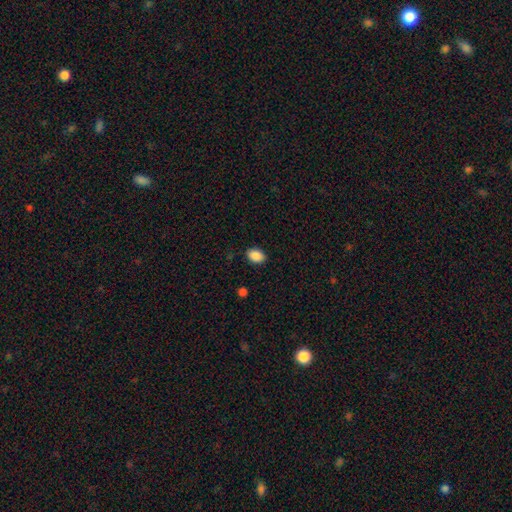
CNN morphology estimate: smooth-or-featured: smooth: 89% | star or artifact: 8% | featured or disk: 3%
  how-rounded: in between: 78% | round: 21% | cigar-shaped: 1%
  merging: none: 87% | minor disturbance: 9% | major disturbance: 2% | merger: 1%